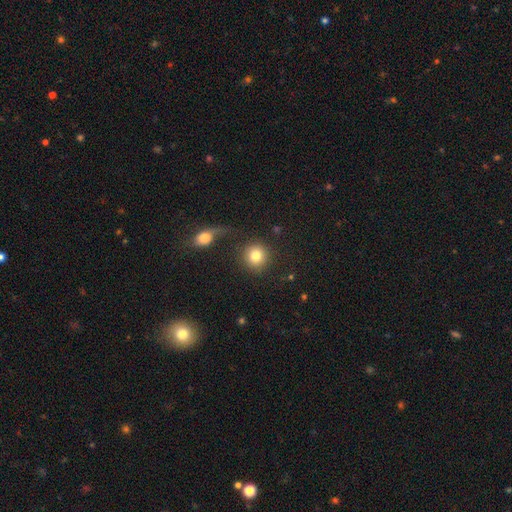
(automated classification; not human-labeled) A smooth galaxy with no disk features (82%) that is round (92%).

Vote fractions:
- Smooth or featured? smooth: 82% / star or artifact: 9% / featured or disk: 9%
- How rounded? round: 92% / in between: 7% / cigar-shaped: 1%
- Merging? none: 76% / merger: 10% / minor disturbance: 8% / major disturbance: 6%